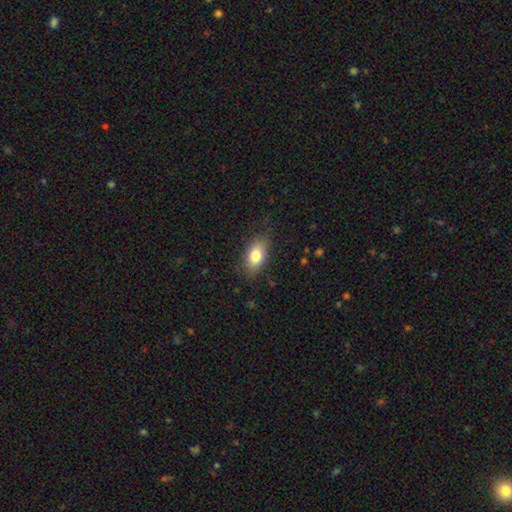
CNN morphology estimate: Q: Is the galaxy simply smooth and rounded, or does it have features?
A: smooth — 79%.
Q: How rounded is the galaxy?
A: in between — 87%.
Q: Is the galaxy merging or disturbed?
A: none — 80%.